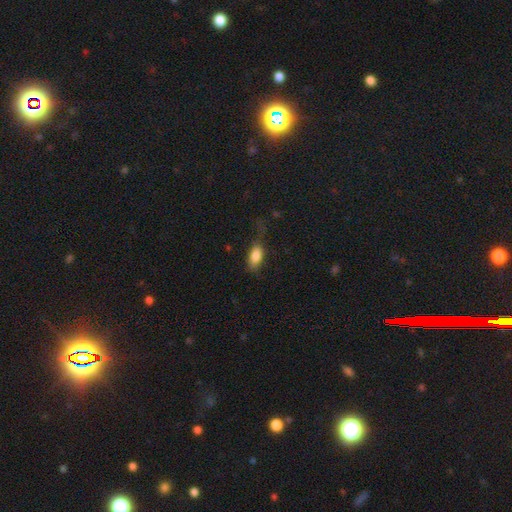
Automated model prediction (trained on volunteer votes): Smooth or featured?
  - smooth: 83% *
  - featured or disk: 9%
  - star or artifact: 8%
How rounded?
  - in between: 87% *
  - cigar-shaped: 9%
  - round: 4%
Merging?
  - none: 55% *
  - minor disturbance: 25%
  - major disturbance: 18%
  - merger: 2%